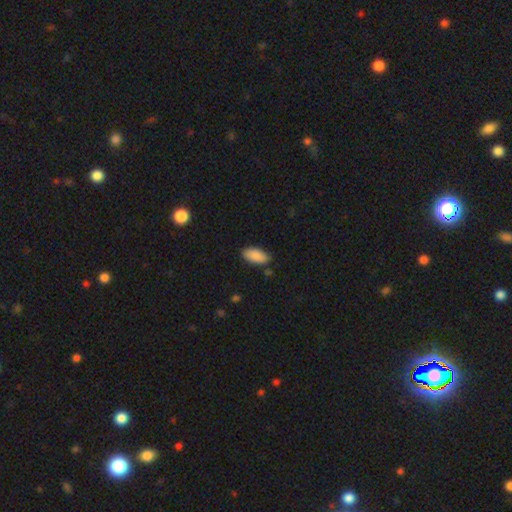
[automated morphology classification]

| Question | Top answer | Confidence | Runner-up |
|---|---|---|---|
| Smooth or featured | smooth | 89% | star or artifact (7%) |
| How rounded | in between | 91% | cigar-shaped (7%) |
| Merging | none | 80% | minor disturbance (16%) |